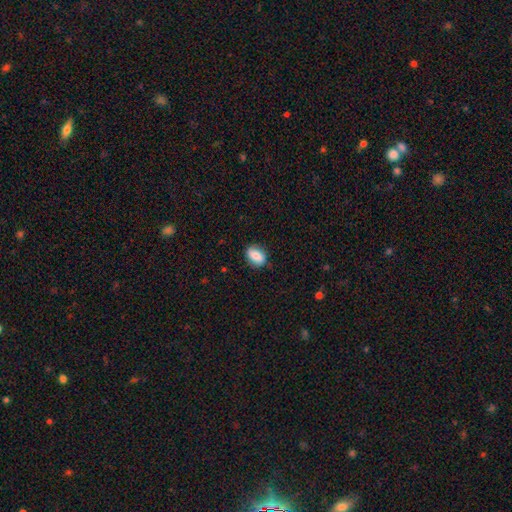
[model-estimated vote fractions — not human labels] A smooth galaxy with no disk features (77%) that is in between round and cigar-shaped (75%). Merging: none (78%).